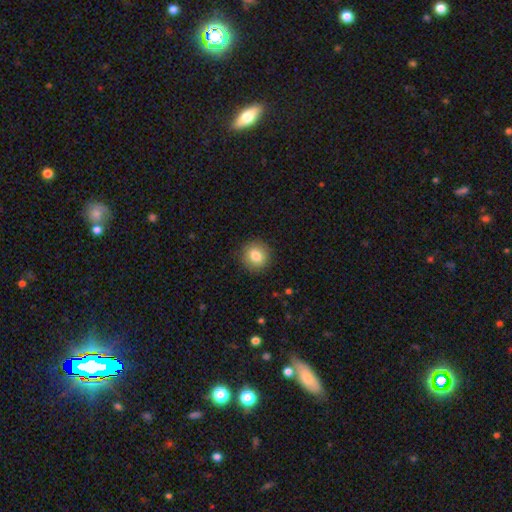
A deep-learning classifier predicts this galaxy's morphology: Smooth or featured? Predicted: smooth (p=0.83). How rounded? Predicted: round (p=0.85). Merging? Predicted: none (p=0.89).